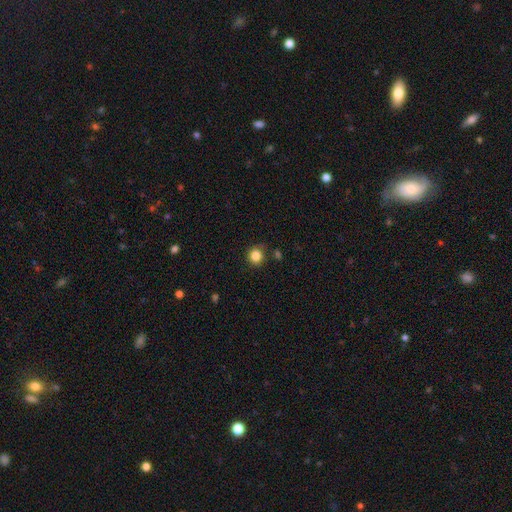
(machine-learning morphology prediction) type=smooth (85%); roundness=round (89%); merging=none (83%).